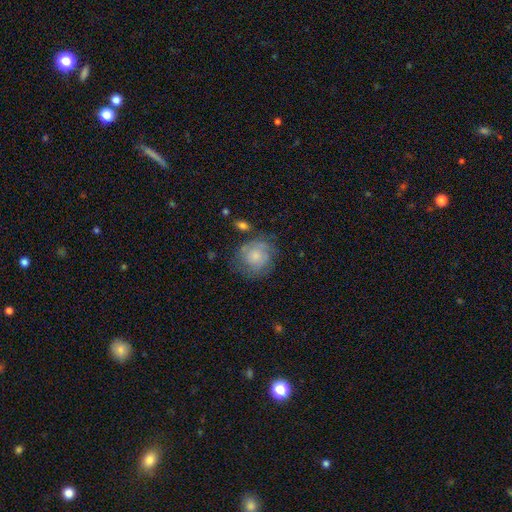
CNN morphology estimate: This is possibly a smooth galaxy (53%). How rounded: clearly round (82%). Merging: likely none (62%).